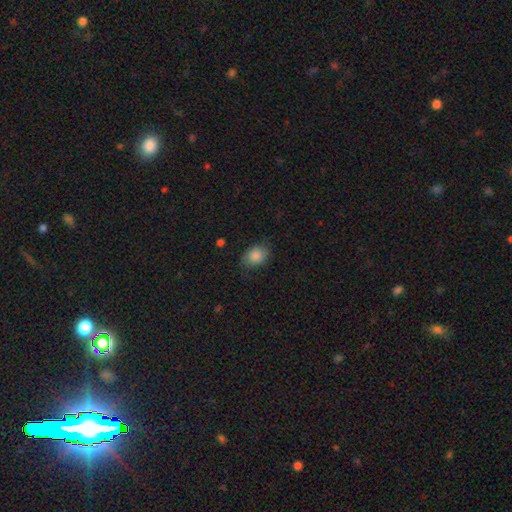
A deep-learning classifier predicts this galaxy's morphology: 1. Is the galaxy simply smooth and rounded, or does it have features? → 86% smooth, 8% star or artifact, 6% featured or disk.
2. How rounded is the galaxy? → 65% in between, 34% round, 1% cigar-shaped.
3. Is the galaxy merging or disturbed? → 71% none, 22% minor disturbance, 6% major disturbance, 1% merger.